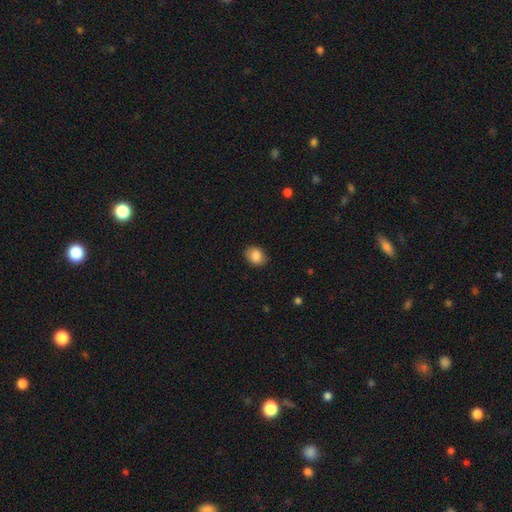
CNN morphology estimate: Smooth or featured?
  - smooth: 84% *
  - featured or disk: 8%
  - star or artifact: 8%
How rounded?
  - in between: 60% *
  - round: 39%
  - cigar-shaped: 1%
Merging?
  - none: 85% *
  - minor disturbance: 12%
  - major disturbance: 2%
  - merger: 1%